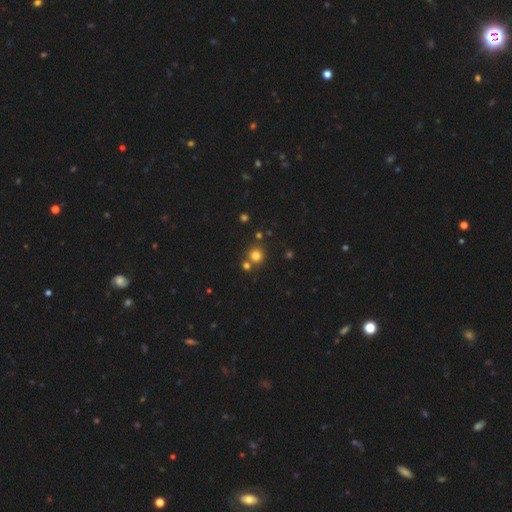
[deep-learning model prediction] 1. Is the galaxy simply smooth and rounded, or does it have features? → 77% smooth, 16% star or artifact, 7% featured or disk.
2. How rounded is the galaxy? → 91% round, 8% in between, 1% cigar-shaped.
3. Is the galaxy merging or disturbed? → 72% none, 19% merger, 7% minor disturbance, 3% major disturbance.